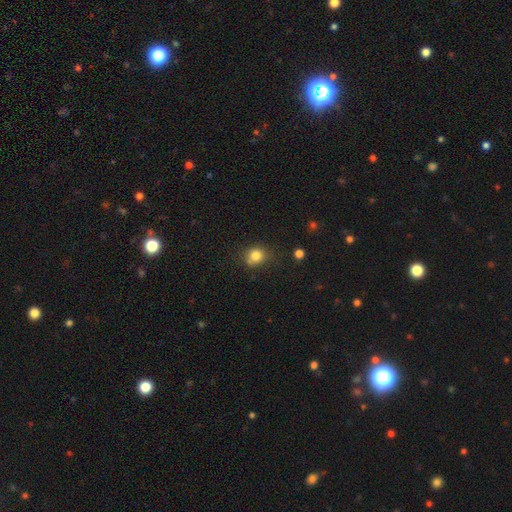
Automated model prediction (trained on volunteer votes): Overall: smooth (81%). How rounded: round (75%). Merging: none (71%).